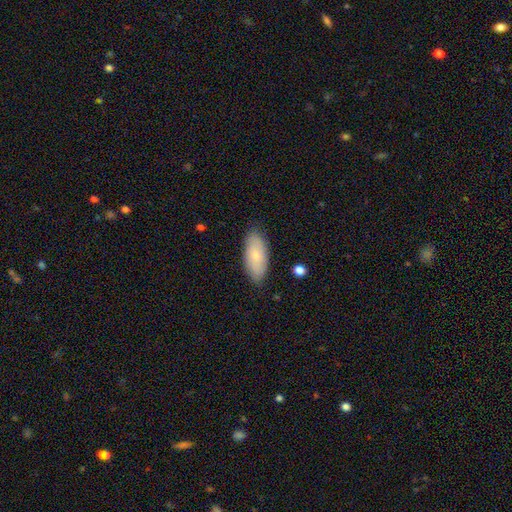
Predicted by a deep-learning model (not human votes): A smooth galaxy with no disk features (73%) that is in between round and cigar-shaped (89%). Merging: none (84%).